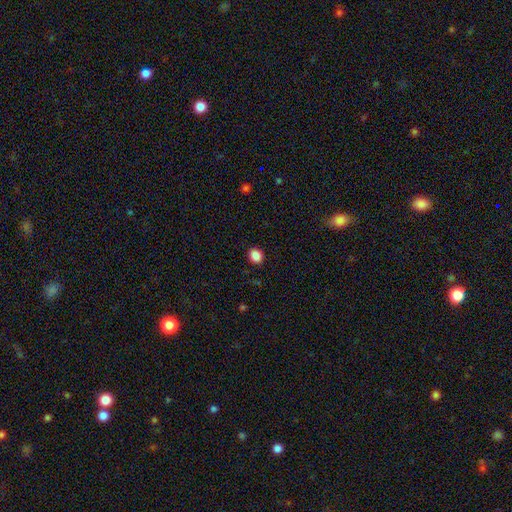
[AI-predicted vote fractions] smooth-or-featured: smooth: 87% | star or artifact: 10% | featured or disk: 3%
  how-rounded: round: 65% | in between: 34% | cigar-shaped: 1%
  merging: none: 90% | minor disturbance: 7% | major disturbance: 2% | merger: 1%